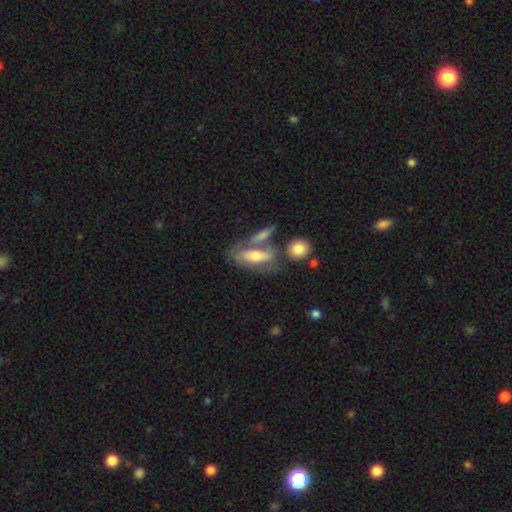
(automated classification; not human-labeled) Smooth or featured? featured or disk (49%)
Merging? none (47%)